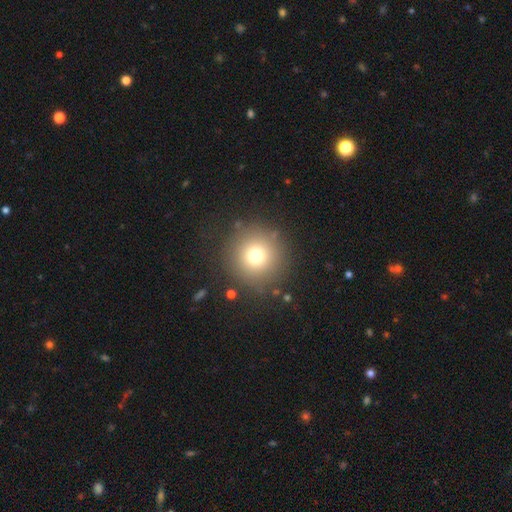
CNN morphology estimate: A smooth galaxy with no disk features (73%) that is round (96%). Merging: none (87%).